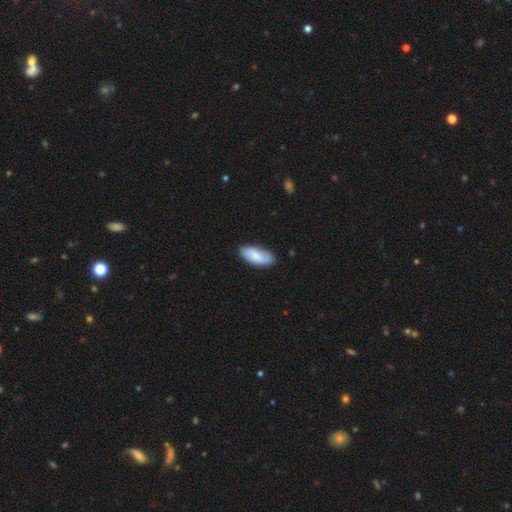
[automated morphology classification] A smooth galaxy with no disk features (76%) that is in between round and cigar-shaped (86%).

Vote fractions:
- Smooth or featured? smooth: 76% / featured or disk: 19% / star or artifact: 6%
- How rounded? in between: 86% / cigar-shaped: 12% / round: 2%
- Merging? none: 81% / minor disturbance: 15% / major disturbance: 3% / merger: 1%